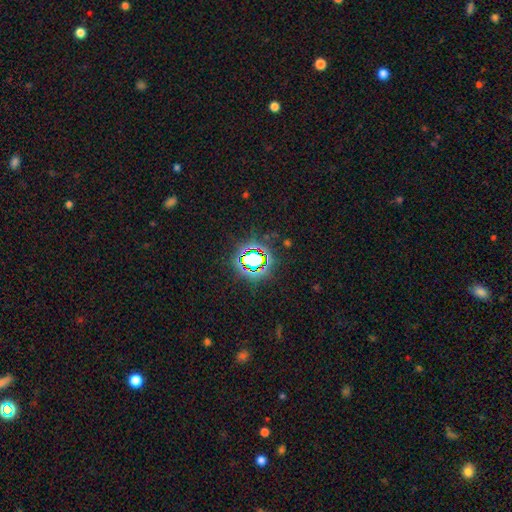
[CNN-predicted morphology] Smooth or featured: star or artifact — 69% (smooth — 20%)